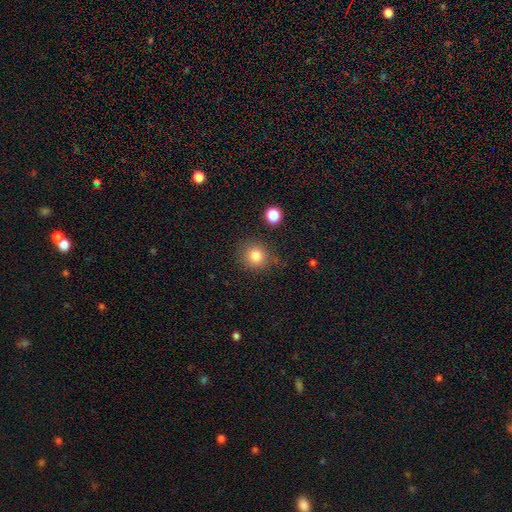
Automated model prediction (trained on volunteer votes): smooth_or_featured: smooth (p=0.82) [alt: star or artifact p=0.11]
how_rounded: round (p=0.86) [alt: in between p=0.14]
merging: none (p=0.79) [alt: minor disturbance p=0.13]